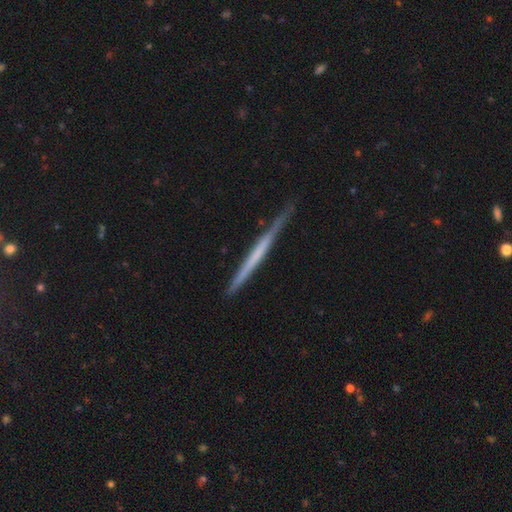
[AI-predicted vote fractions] smooth-or-featured: featured or disk: 57% | smooth: 38% | star or artifact: 5%
  disk-edge-on: yes: 97% | no: 3%
    edge-on-bulge: none: 88% | rounded: 7% | boxy: 5%
  merging: none: 79% | minor disturbance: 16% | major disturbance: 3% | merger: 2%